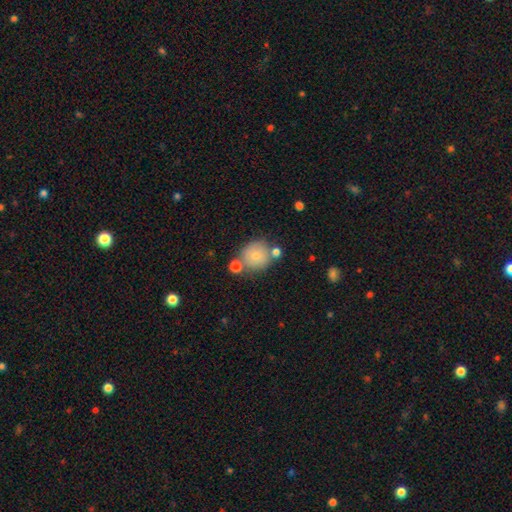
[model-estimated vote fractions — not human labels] smooth 75%, featured or disk 16%, star or artifact 9%. Down the decision tree: how rounded — round (89%); merging — none (66%).